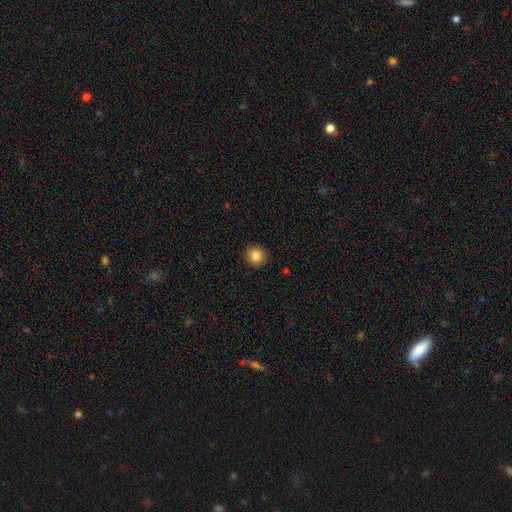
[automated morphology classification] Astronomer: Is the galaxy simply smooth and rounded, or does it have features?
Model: smooth — 85%.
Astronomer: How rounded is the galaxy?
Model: round — 91%.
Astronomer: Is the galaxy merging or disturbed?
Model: none — 92%.